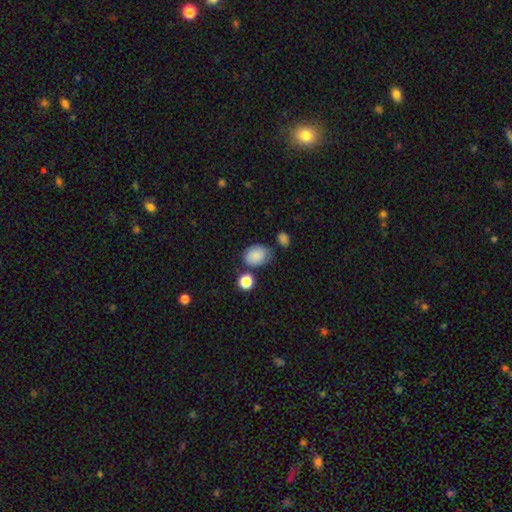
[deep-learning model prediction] Smooth or featured?
  - smooth: 82% *
  - star or artifact: 9%
  - featured or disk: 8%
How rounded?
  - in between: 57% *
  - round: 42%
  - cigar-shaped: 1%
Merging?
  - none: 62% *
  - minor disturbance: 23%
  - merger: 9%
  - major disturbance: 6%